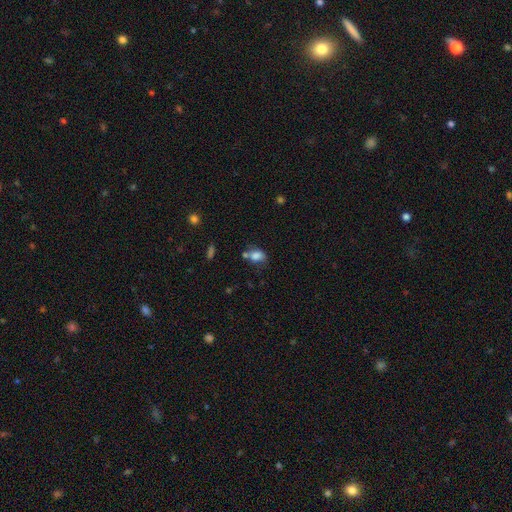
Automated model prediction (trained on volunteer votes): The model was most divided on "merging": none: 43%, merger: 23%, minor disturbance: 23%, major disturbance: 11%. More confident: smooth or featured — smooth (78%); how rounded — in between (71%).